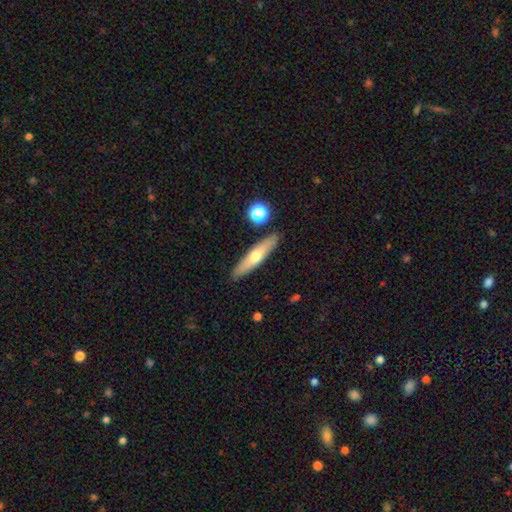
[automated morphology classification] A smooth galaxy with no disk features (49%). Merging: none (89%).